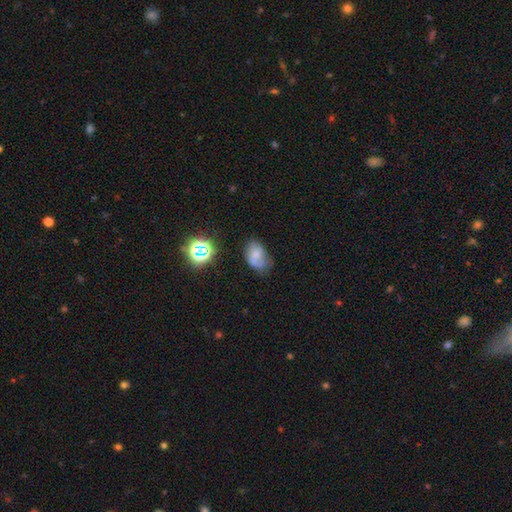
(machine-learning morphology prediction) Overall: smooth (64%). How rounded: in between (84%). Merging: none (46%; minor disturbance 33%).